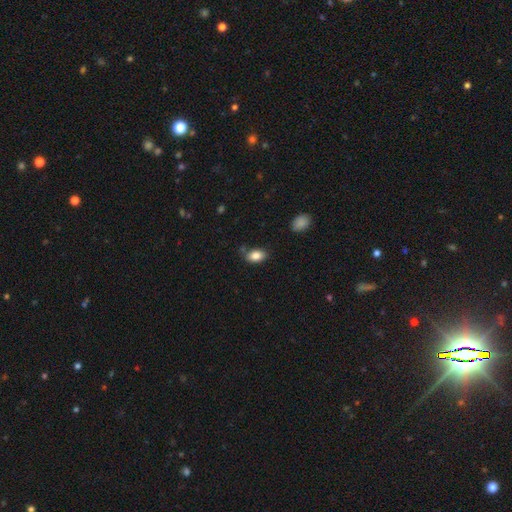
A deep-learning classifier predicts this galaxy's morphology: A smooth galaxy with no disk features (85%) that is in between round and cigar-shaped (90%).

Vote fractions:
- Smooth or featured? smooth: 85% / star or artifact: 8% / featured or disk: 7%
- How rounded? in between: 90% / round: 8% / cigar-shaped: 2%
- Merging? none: 75% / minor disturbance: 17% / merger: 5% / major disturbance: 3%